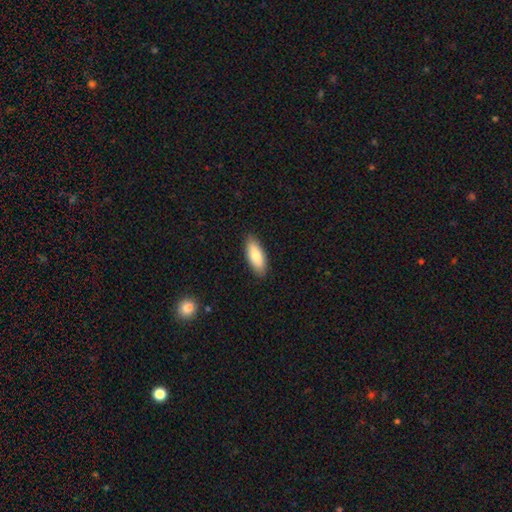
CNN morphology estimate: type=smooth (81%); roundness=in between (78%); merging=none (87%).